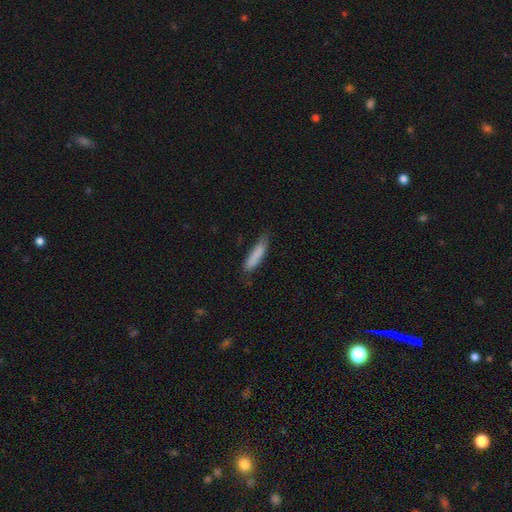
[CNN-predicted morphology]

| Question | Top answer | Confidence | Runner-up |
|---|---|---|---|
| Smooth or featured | smooth | 84% | featured or disk (10%) |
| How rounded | cigar-shaped | 80% | in between (19%) |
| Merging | none | 67% | minor disturbance (26%) |